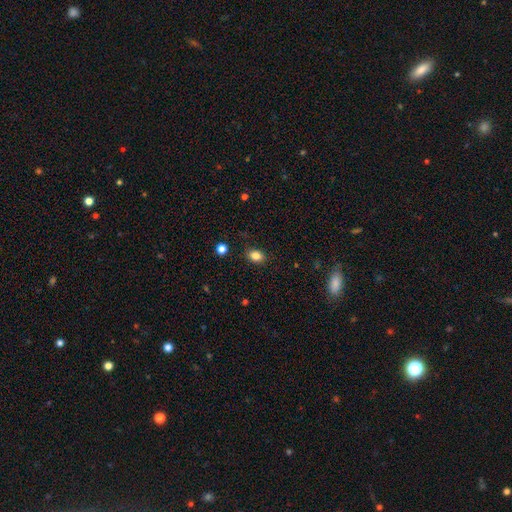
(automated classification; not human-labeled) A smooth galaxy with no disk features (84%) that is in between round and cigar-shaped (74%). Merging: none (87%).